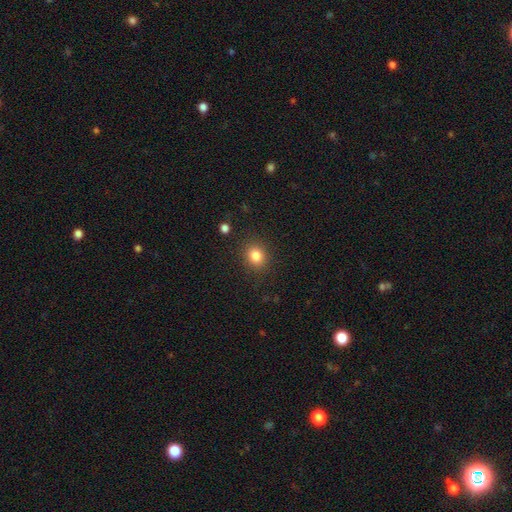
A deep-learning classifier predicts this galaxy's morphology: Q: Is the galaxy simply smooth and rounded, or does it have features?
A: smooth — 83%.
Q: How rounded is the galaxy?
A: round — 69%.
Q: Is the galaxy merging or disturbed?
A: none — 87%.